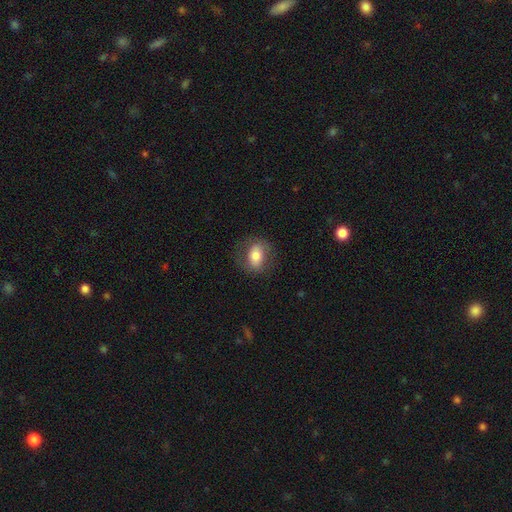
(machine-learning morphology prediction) A smooth galaxy with no disk features (67%) that is in between round and cigar-shaped (70%). Merging: none (76%).